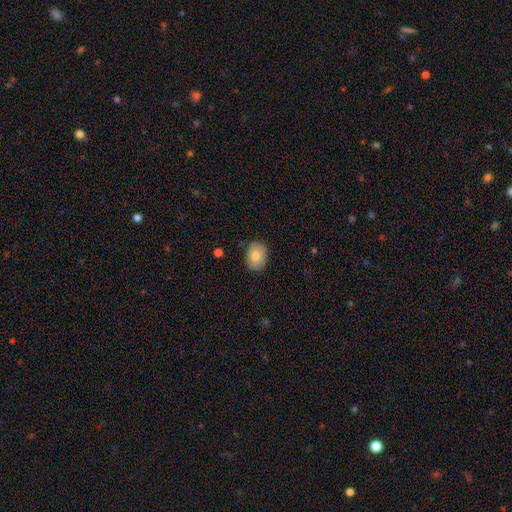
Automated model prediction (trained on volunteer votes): Morphology: type=smooth (79%); roundness=in between (75%); merging=none (85%).